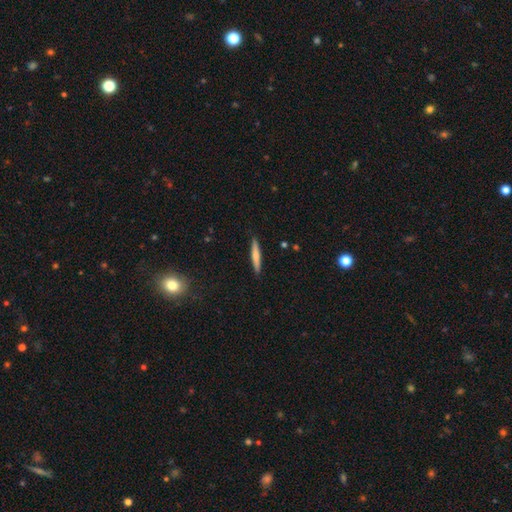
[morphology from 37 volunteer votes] Smooth or featured? smooth (59%)
How rounded? cigar-shaped (91%)
Merging? none (88%)